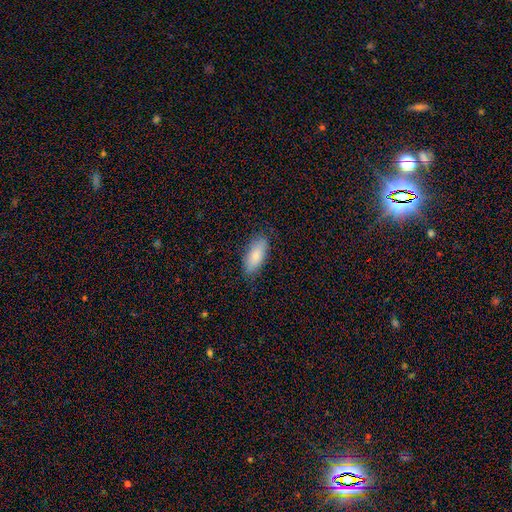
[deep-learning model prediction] Smooth or featured? smooth (82%)
How rounded? in between (79%)
Merging? none (83%)